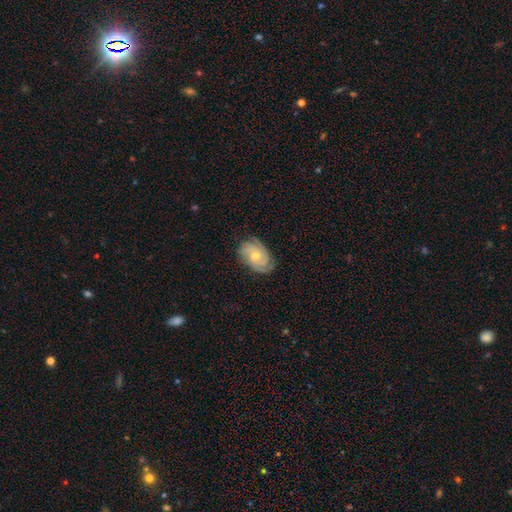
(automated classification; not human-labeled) This appears to be a featured or disk galaxy (77%) with no bar (70%), 3 (33%) tight (61%) spiral arms (95%) and a small central bulge (52%). Merging: none (77%).